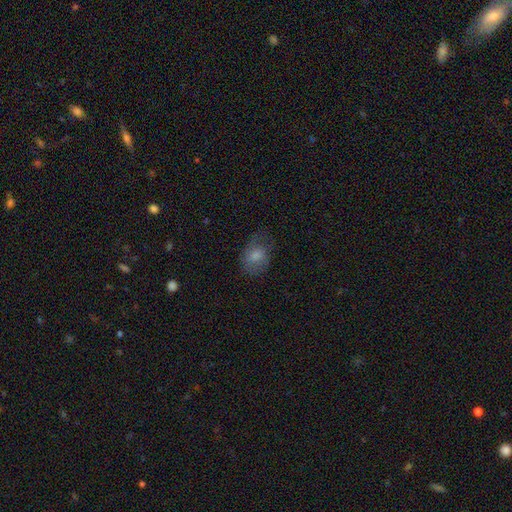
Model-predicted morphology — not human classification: smooth_or_featured: smooth (p=0.71) [alt: featured or disk p=0.20]
how_rounded: in between (p=0.68) [alt: round p=0.30]
merging: none (p=0.55) [alt: minor disturbance p=0.27]